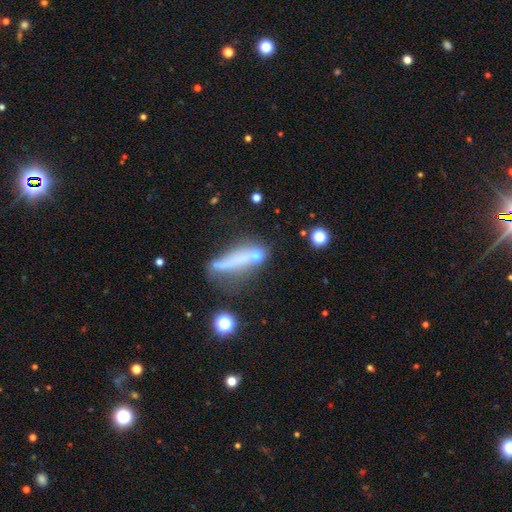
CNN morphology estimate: Smooth or featured?
  - smooth: 54% *
  - featured or disk: 30%
  - star or artifact: 16%
How rounded?
  - cigar-shaped: 47% *
  - in between: 35%
  - round: 17%
Merging?
  - none: 34% *
  - merger: 30%
  - major disturbance: 20%
  - minor disturbance: 16%